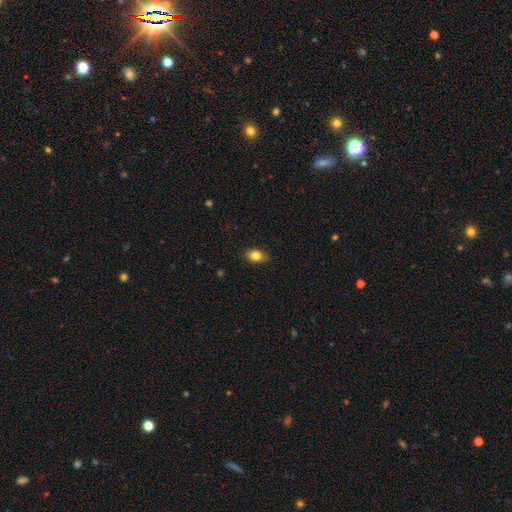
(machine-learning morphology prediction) Smooth or featured? smooth (83%)
How rounded? in between (77%)
Merging? none (86%)